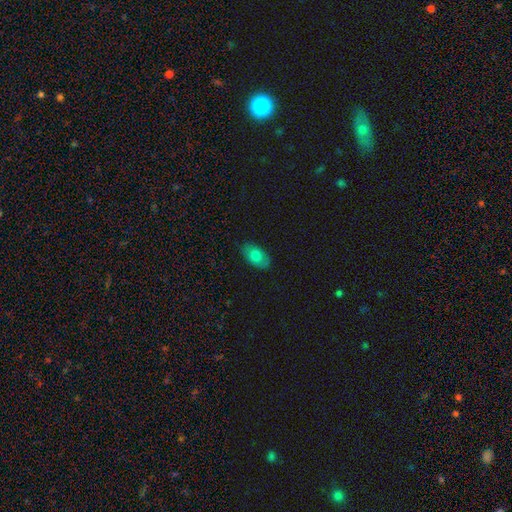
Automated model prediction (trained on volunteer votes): smooth_or_featured: smooth (p=0.77) [alt: featured or disk p=0.16]
how_rounded: in between (p=0.92) [alt: round p=0.06]
merging: none (p=0.83) [alt: minor disturbance p=0.14]